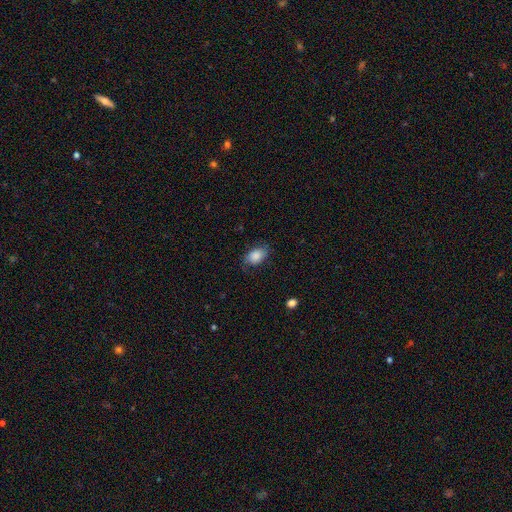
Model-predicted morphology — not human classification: Smooth or featured? smooth (81%)
How rounded? in between (84%)
Merging? none (68%)